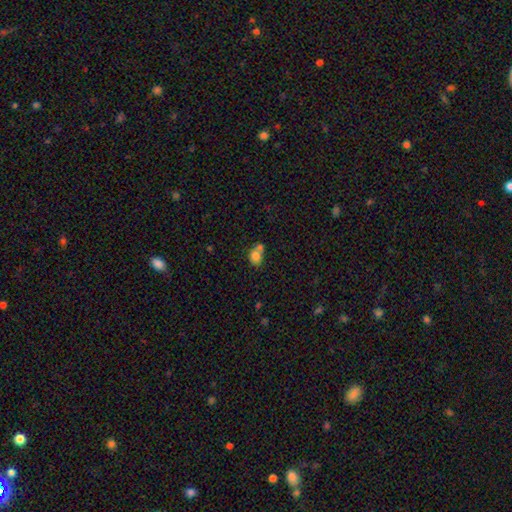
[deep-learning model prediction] Q: Smooth or featured?
A: smooth (79%); runner-up: featured or disk (10%)
Q: How rounded?
A: round (54%); runner-up: in between (45%)
Q: Merging?
A: merger (47%); runner-up: none (38%)